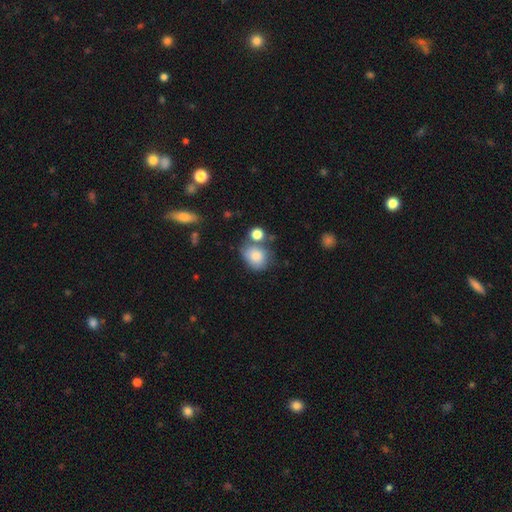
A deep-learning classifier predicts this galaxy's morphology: Smooth or featured: smooth — 80% (featured or disk — 11%)
How rounded: round — 50% (in between — 49%)
Merging: none — 49% (merger — 22%)